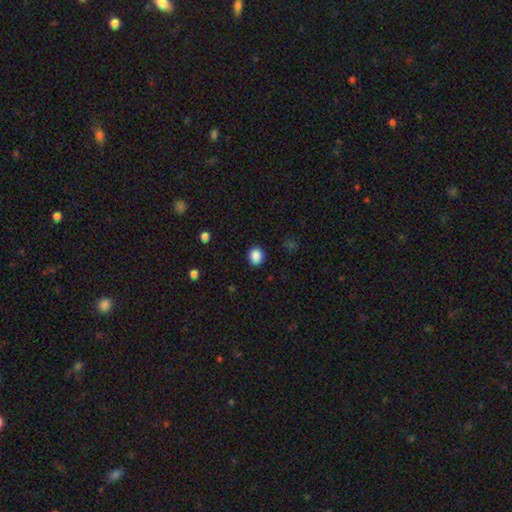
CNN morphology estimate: Smooth or featured: smooth — 88% (star or artifact — 10%)
How rounded: round — 76% (in between — 23%)
Merging: none — 90% (minor disturbance — 7%)